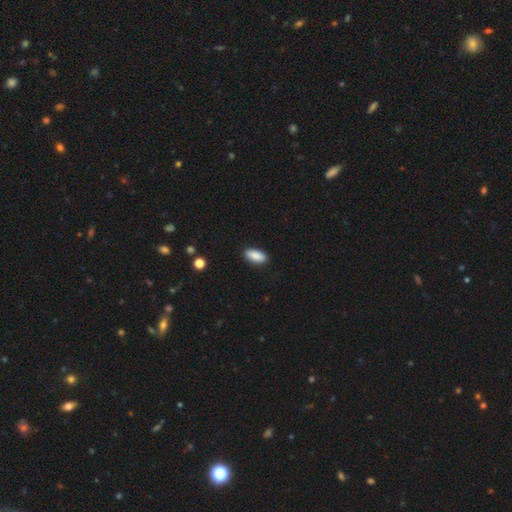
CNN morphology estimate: Smooth or featured?
  - smooth: 90% *
  - star or artifact: 7%
  - featured or disk: 4%
How rounded?
  - in between: 88% *
  - cigar-shaped: 10%
  - round: 2%
Merging?
  - none: 89% *
  - minor disturbance: 8%
  - major disturbance: 2%
  - merger: 1%